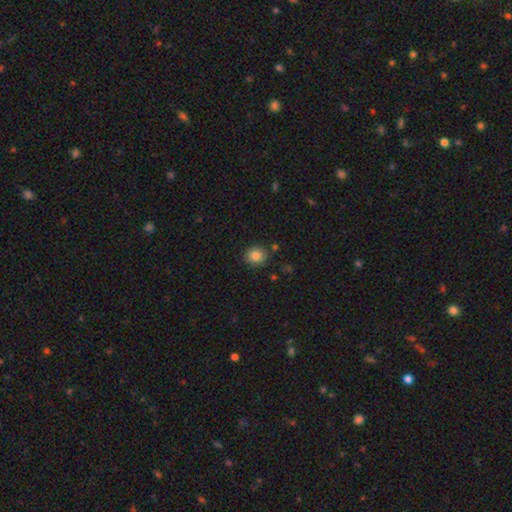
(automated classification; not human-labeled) This is clearly a smooth galaxy (84%). How rounded: clearly round (86%). Merging: clearly none (86%).